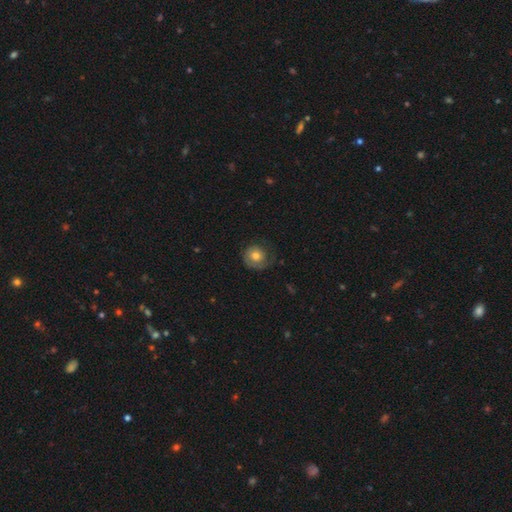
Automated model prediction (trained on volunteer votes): A smooth galaxy with no disk features (57%) that is round (85%). Merging: none (61%).